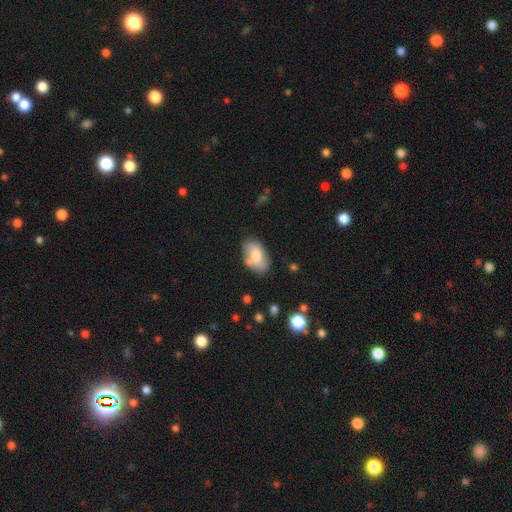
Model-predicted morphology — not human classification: This appears to be a smooth galaxy with no disk features (70%) that is in between round and cigar-shaped (92%). Merging: none (66%).